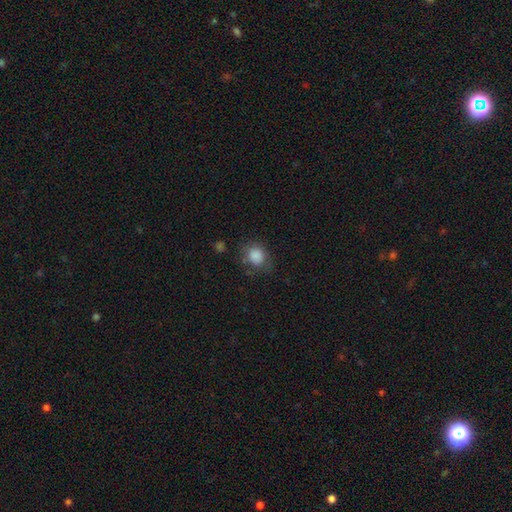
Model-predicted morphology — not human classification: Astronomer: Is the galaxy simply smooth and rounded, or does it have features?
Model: smooth — 85%.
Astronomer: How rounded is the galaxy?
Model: round — 70%.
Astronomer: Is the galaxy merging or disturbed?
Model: none — 64%.